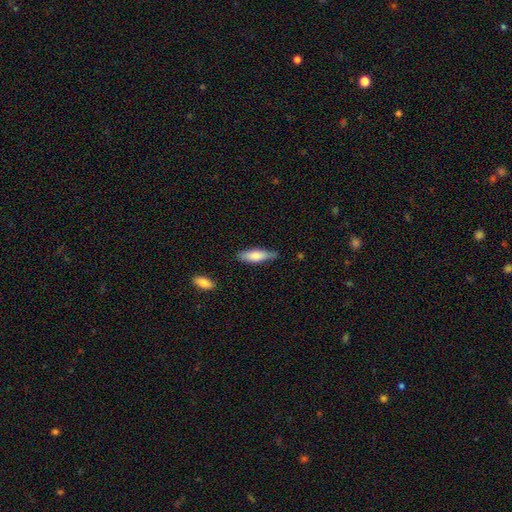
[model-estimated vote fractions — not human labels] This is likely a smooth galaxy (76%). How rounded: possibly cigar-shaped (53%). Merging: likely none (75%).